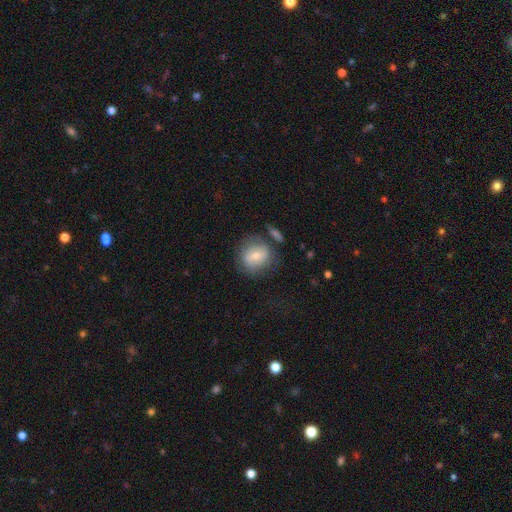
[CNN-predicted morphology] smooth-or-featured: smooth: 63% | featured or disk: 29% | star or artifact: 8%
  how-rounded: round: 78% | in between: 21% | cigar-shaped: 1%
  merging: none: 66% | minor disturbance: 18% | major disturbance: 9% | merger: 8%